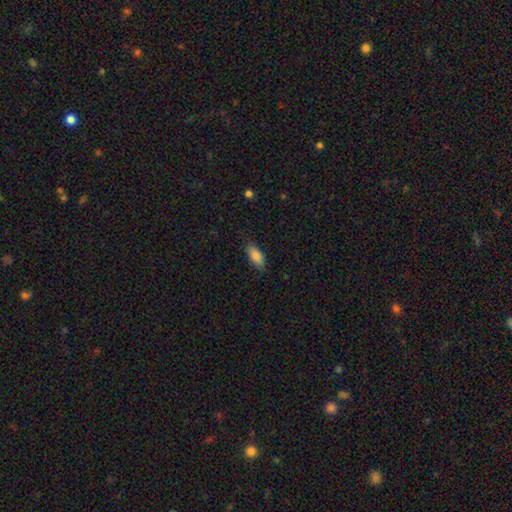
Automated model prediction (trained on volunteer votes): smooth-or-featured: smooth: 86% | featured or disk: 7% | star or artifact: 7%
  how-rounded: in between: 86% | cigar-shaped: 12% | round: 2%
  merging: none: 80% | minor disturbance: 16% | major disturbance: 3% | merger: 1%